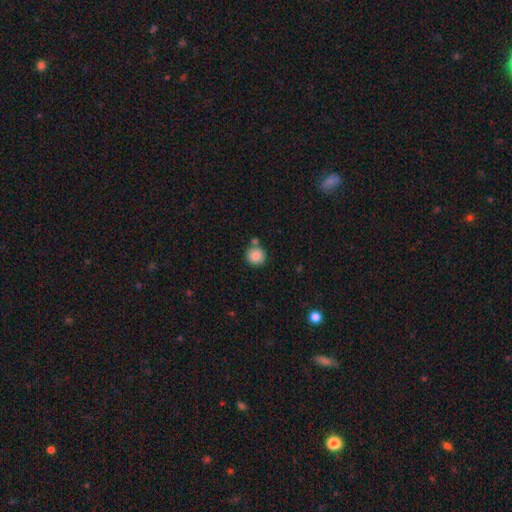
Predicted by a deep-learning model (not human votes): A smooth galaxy with no disk features (85%) that is round (93%).

Vote fractions:
- Smooth or featured? smooth: 85% / star or artifact: 9% / featured or disk: 7%
- How rounded? round: 93% / in between: 6% / cigar-shaped: 1%
- Merging? none: 73% / merger: 15% / minor disturbance: 9% / major disturbance: 2%